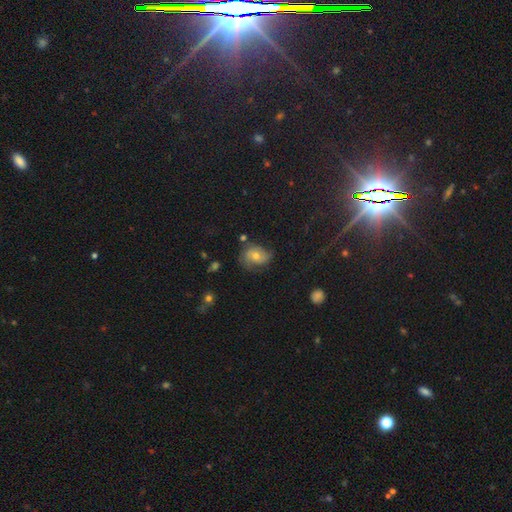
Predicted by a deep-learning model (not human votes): This is possibly a featured or disk galaxy (47%). Merging: possibly none (55%).